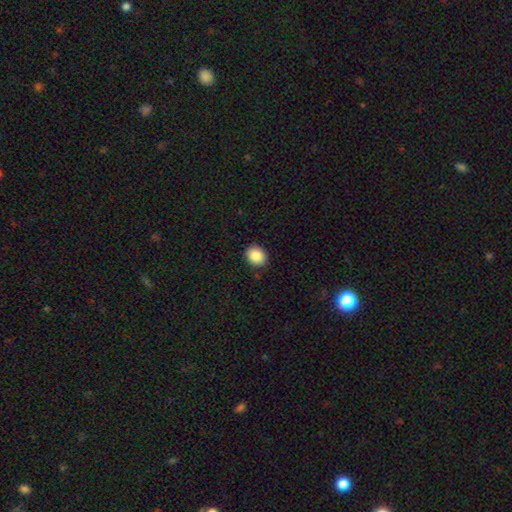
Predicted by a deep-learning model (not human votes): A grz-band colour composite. It shows a smooth galaxy with no disk features (87%) that is round (64%). Merging: none (89%).